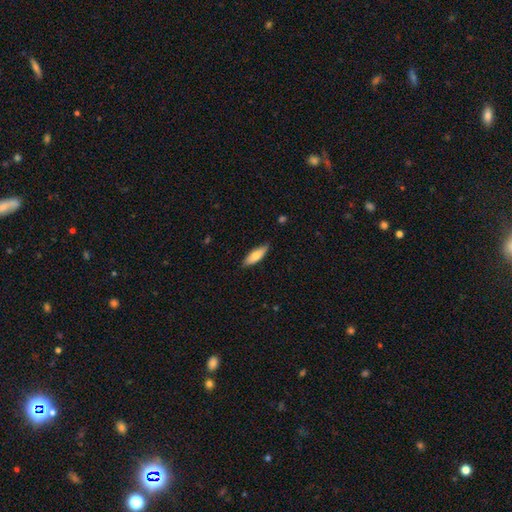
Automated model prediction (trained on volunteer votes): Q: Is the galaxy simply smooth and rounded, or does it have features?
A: smooth — 76%.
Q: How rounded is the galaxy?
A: in between — 54%.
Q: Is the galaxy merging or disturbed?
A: none — 83%.